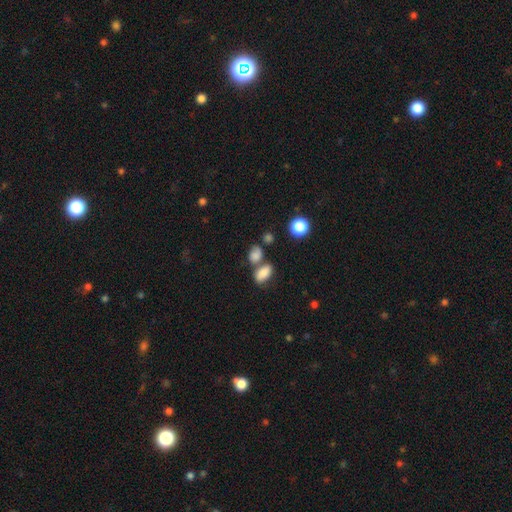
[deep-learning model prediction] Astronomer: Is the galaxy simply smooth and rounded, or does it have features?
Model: smooth — 81%.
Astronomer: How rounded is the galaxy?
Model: in between — 67%.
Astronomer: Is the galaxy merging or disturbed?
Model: none — 45% (runner-up: merger, 35%).